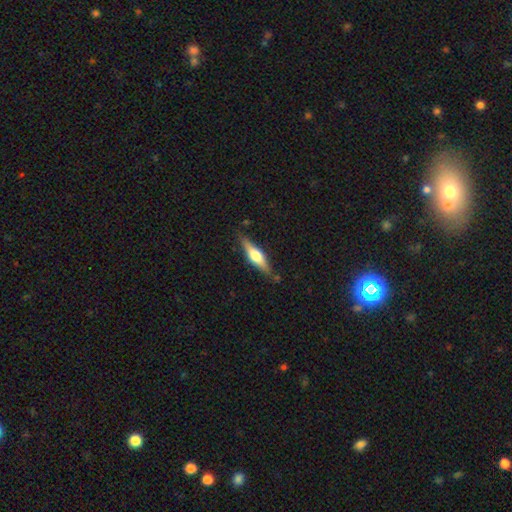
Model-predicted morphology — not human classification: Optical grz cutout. It shows a featured or disk galaxy (55%) viewed edge-on (94%) with a rounded central bulge (88%). Merging: none (82%).